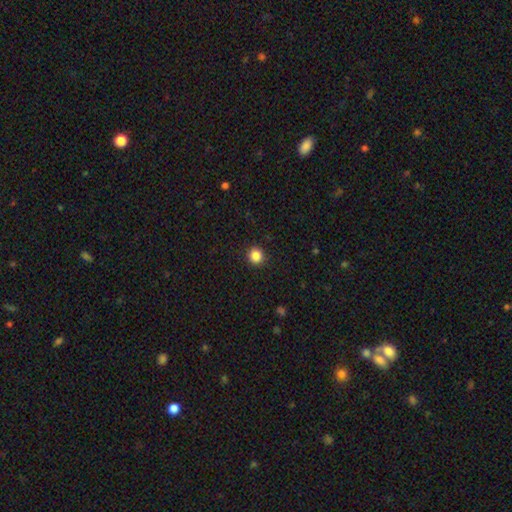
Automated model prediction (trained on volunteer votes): A smooth galaxy with no disk features (85%) that is round (91%).

Vote fractions:
- Smooth or featured? smooth: 85% / star or artifact: 11% / featured or disk: 4%
- How rounded? round: 91% / in between: 8% / cigar-shaped: 1%
- Merging? none: 92% / minor disturbance: 5% / major disturbance: 2% / merger: 1%